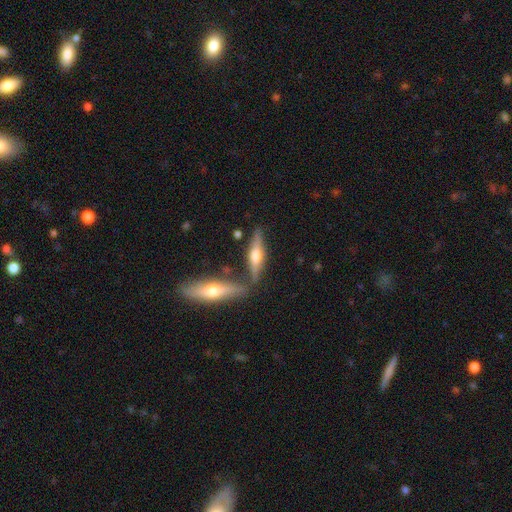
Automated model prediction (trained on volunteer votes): Smooth or featured? Predicted: featured or disk (p=0.66). Edge-on disk? Predicted: yes (p=0.95). Edge-on bulge? Predicted: rounded (p=0.92). Merging? Predicted: none (p=0.70).